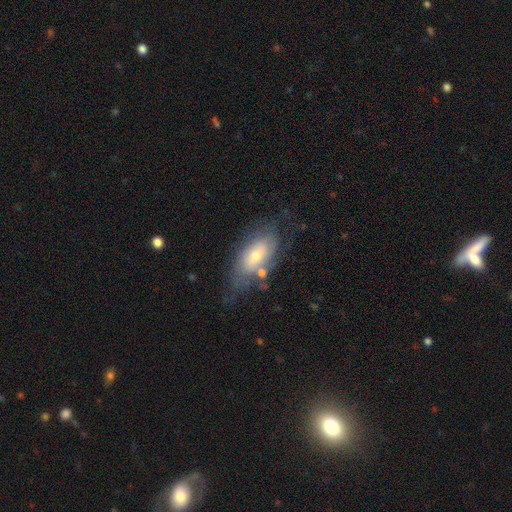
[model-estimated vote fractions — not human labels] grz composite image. It shows a smooth galaxy with no disk features (46%, tied with featured or disk). Merging: none (55%).